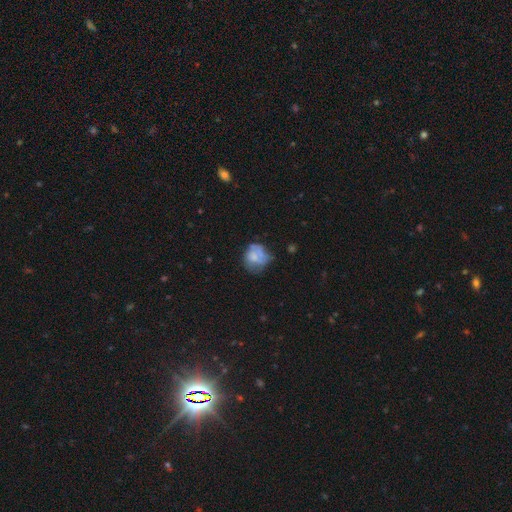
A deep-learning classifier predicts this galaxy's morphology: Smooth or featured? Predicted: smooth (p=0.53). How rounded? Predicted: round (p=0.67). Merging? Predicted: none (p=0.41).